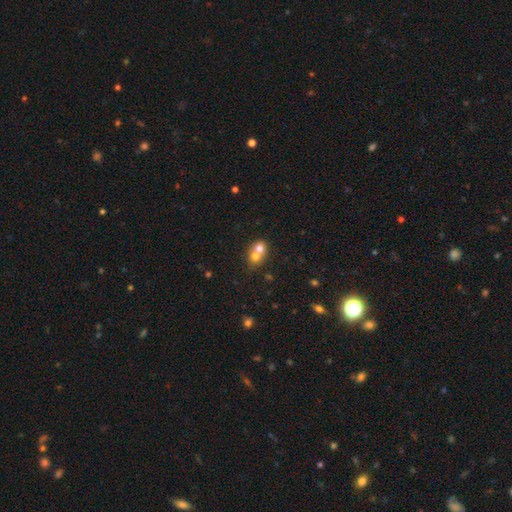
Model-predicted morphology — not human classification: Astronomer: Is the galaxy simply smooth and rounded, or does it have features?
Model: smooth — 69%.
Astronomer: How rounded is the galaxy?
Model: round — 68%.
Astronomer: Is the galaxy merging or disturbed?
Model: merger — 67%.